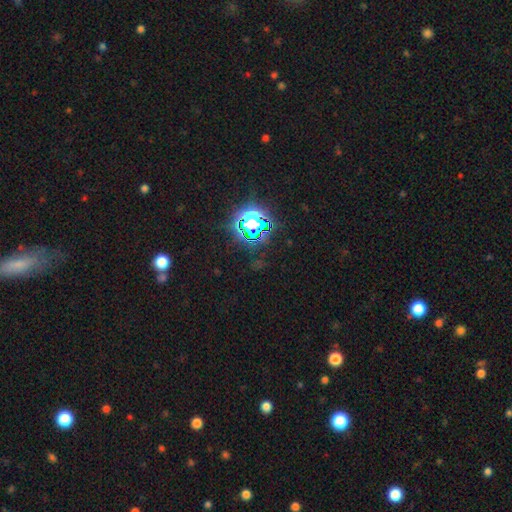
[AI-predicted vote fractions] star or artifact 80%, smooth 13%, featured or disk 7%.